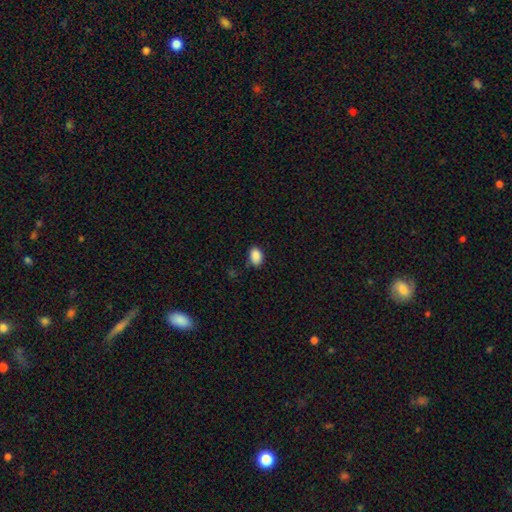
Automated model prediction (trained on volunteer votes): This is clearly a smooth galaxy (89%). How rounded: clearly in between (84%). Merging: clearly none (81%).